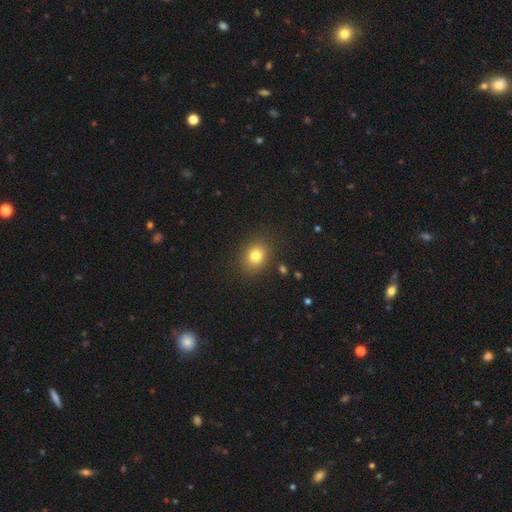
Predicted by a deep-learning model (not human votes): This appears to be a smooth galaxy with no disk features (79%) that is round (55%). Merging: none (86%).